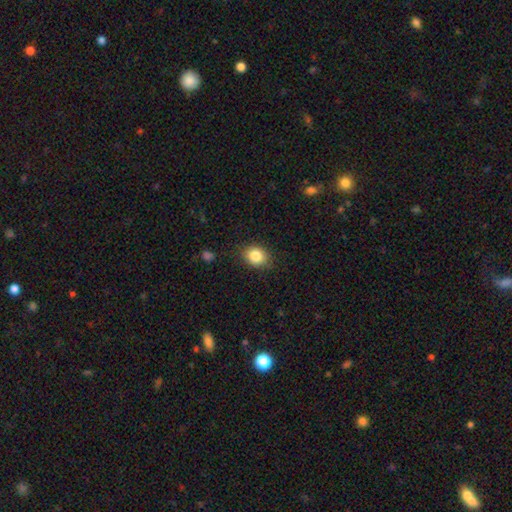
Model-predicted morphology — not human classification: smooth-or-featured: smooth: 84% | star or artifact: 10% | featured or disk: 6%
  how-rounded: round: 59% | in between: 40% | cigar-shaped: 1%
  merging: none: 84% | minor disturbance: 12% | major disturbance: 3% | merger: 1%